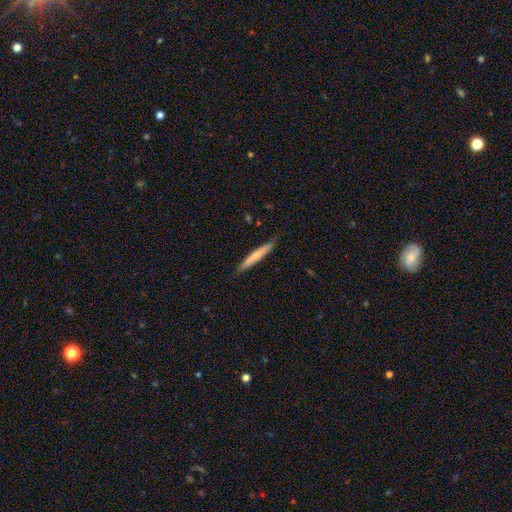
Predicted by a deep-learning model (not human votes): smooth_or_featured: smooth (p=0.58) [alt: featured or disk p=0.37]
how_rounded: cigar-shaped (p=0.95) [alt: in between p=0.04]
merging: none (p=0.85) [alt: minor disturbance p=0.12]